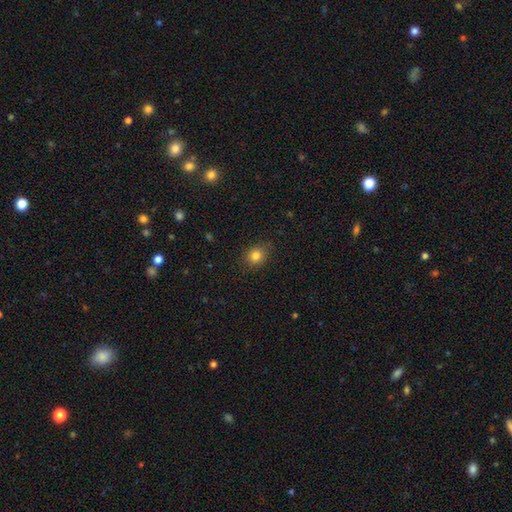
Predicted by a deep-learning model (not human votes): This appears to be a smooth galaxy with no disk features (82%) that is round (67%). Merging: none (83%).